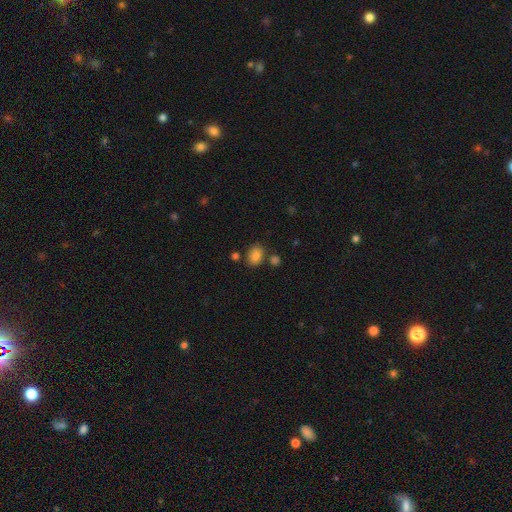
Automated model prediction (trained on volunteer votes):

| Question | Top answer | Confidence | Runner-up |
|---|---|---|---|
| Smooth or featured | smooth | 83% | star or artifact (10%) |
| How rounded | in between | 73% | round (25%) |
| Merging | none | 73% | minor disturbance (13%) |